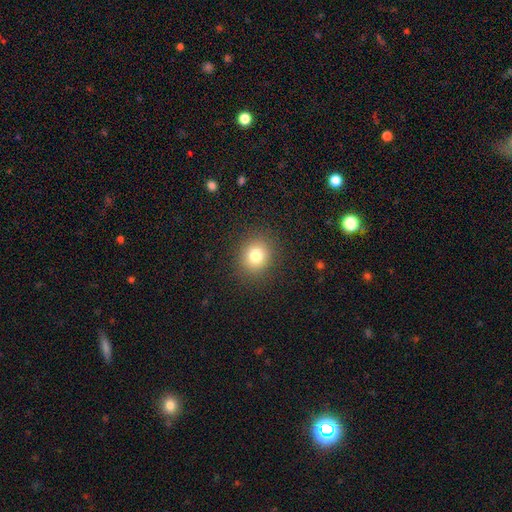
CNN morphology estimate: smooth 79%, star or artifact 13%, featured or disk 8%. Down the decision tree: how rounded — round (84%); merging — none (89%).